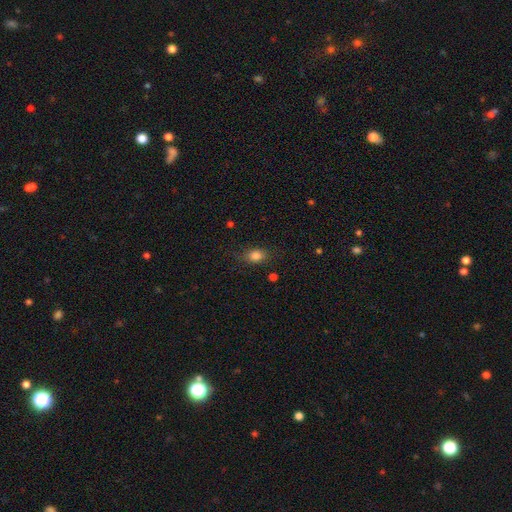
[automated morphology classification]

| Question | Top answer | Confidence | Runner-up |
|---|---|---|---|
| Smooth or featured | smooth | 83% | star or artifact (11%) |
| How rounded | in between | 68% | round (30%) |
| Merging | none | 79% | minor disturbance (15%) |